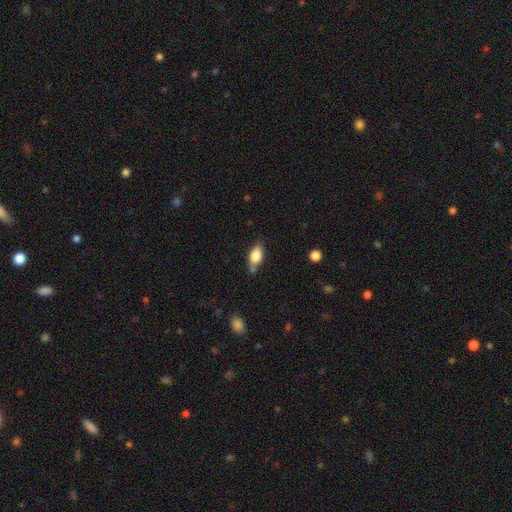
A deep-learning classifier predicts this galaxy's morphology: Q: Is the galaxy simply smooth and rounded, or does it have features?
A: smooth — 83%.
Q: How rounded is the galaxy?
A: in between — 89%.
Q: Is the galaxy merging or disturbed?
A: none — 65%.